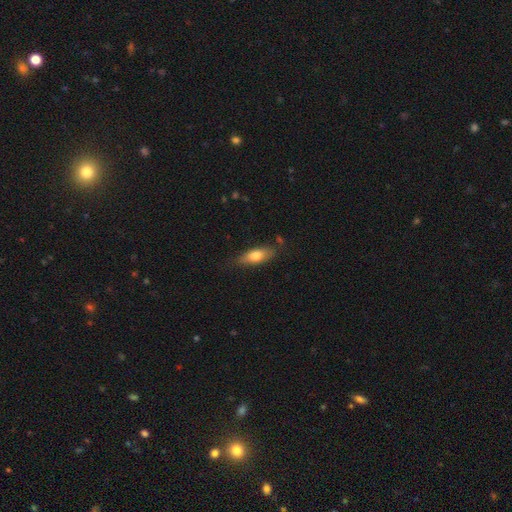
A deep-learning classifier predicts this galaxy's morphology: Smooth or featured? Predicted: smooth (p=0.72). How rounded? Predicted: in between (p=0.67). Merging? Predicted: none (p=0.76).